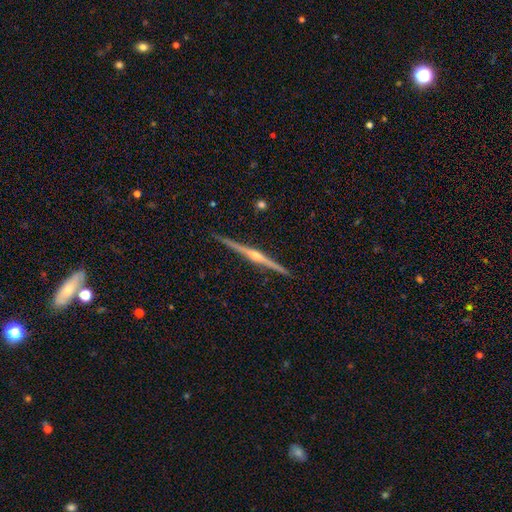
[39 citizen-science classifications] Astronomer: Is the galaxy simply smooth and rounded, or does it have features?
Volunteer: featured or disk — 90%.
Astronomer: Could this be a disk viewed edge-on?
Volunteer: yes — 100%.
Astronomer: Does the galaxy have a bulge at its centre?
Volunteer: rounded — 80%.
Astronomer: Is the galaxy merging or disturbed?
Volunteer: none — 94%.